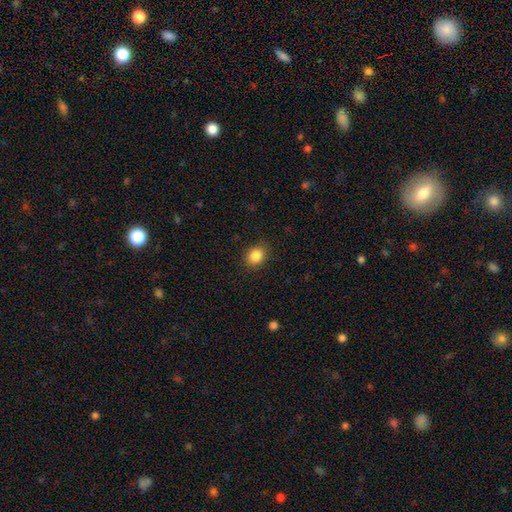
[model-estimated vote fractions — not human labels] Morphology: type=smooth (86%); roundness=round (56%); merging=none (88%).